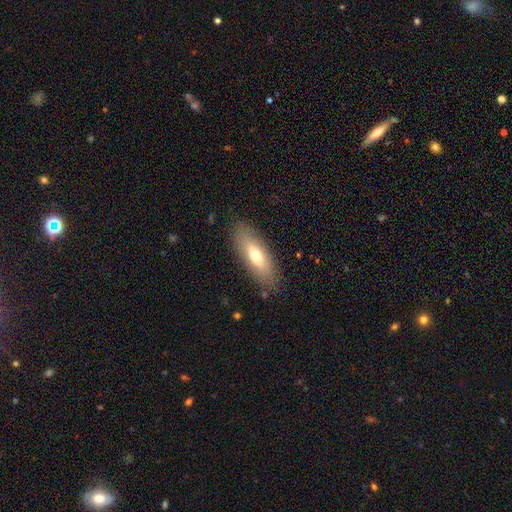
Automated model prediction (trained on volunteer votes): Smooth or featured?
  - smooth: 63% *
  - featured or disk: 31%
  - star or artifact: 7%
How rounded?
  - in between: 64% *
  - cigar-shaped: 34%
  - round: 3%
Merging?
  - none: 85% *
  - minor disturbance: 11%
  - major disturbance: 3%
  - merger: 1%